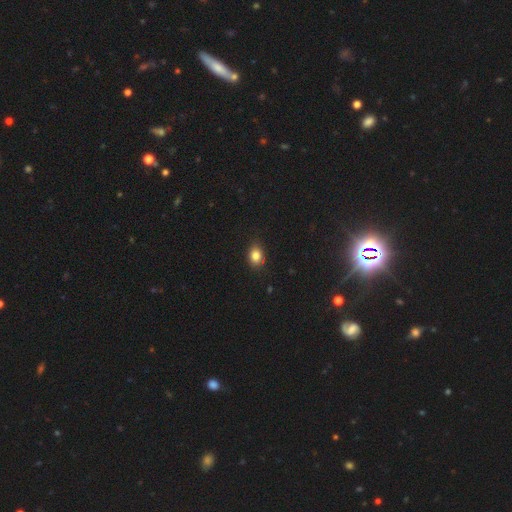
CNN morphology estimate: smooth_or_featured: smooth (p=0.84) [alt: star or artifact p=0.10]
how_rounded: in between (p=0.60) [alt: round p=0.39]
merging: none (p=0.80) [alt: minor disturbance p=0.17]